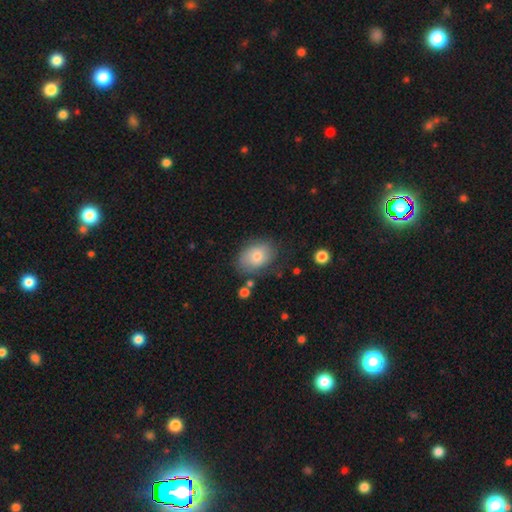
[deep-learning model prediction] Smooth or featured: smooth — 69% (featured or disk — 22%)
How rounded: in between — 76% (round — 23%)
Merging: none — 73% (minor disturbance — 19%)